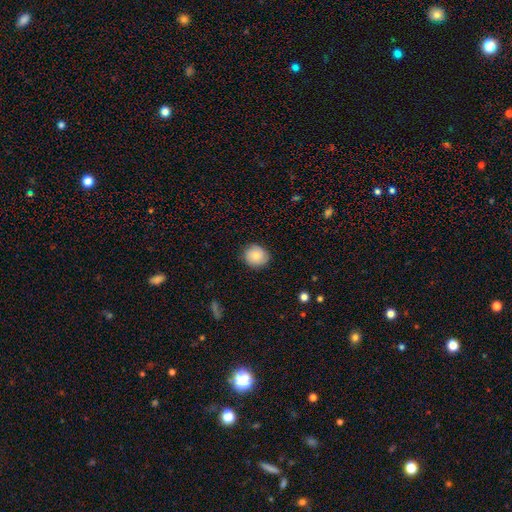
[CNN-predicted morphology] Smooth or featured: smooth — 77% (featured or disk — 15%)
How rounded: round — 79% (in between — 20%)
Merging: none — 85% (minor disturbance — 11%)